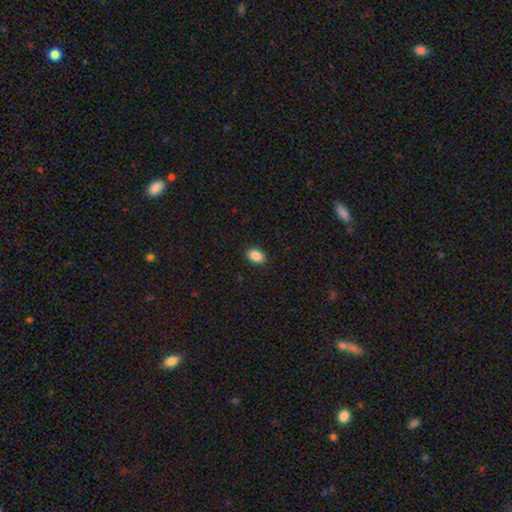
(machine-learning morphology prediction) Smooth or featured?
  - smooth: 89% *
  - star or artifact: 8%
  - featured or disk: 4%
How rounded?
  - in between: 86% *
  - round: 13%
  - cigar-shaped: 1%
Merging?
  - none: 89% *
  - minor disturbance: 8%
  - major disturbance: 2%
  - merger: 1%